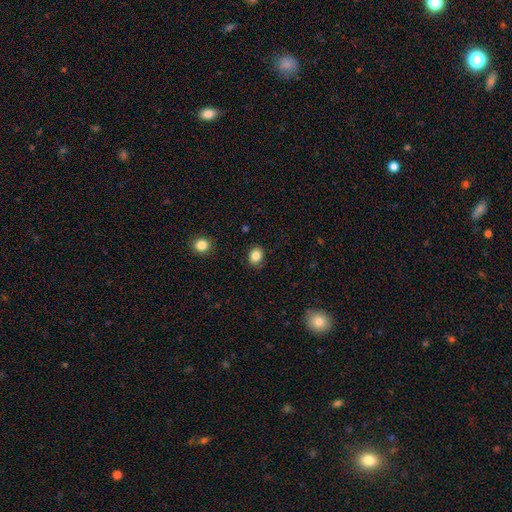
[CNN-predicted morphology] Overall: smooth (84%). How rounded: round (51%; in between 48%). Merging: none (86%).